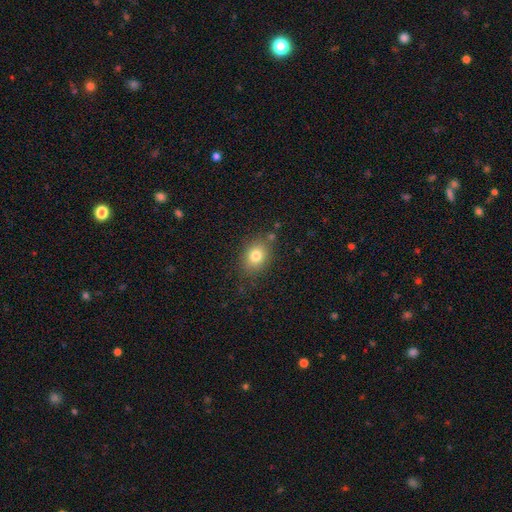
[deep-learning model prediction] Overall: smooth (79%). How rounded: in between (57%; round 42%). Merging: none (79%).